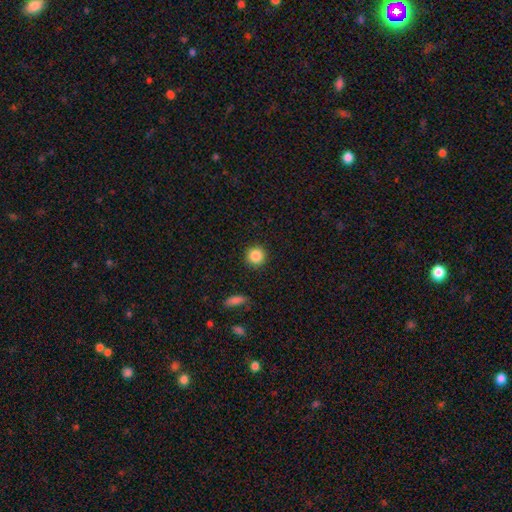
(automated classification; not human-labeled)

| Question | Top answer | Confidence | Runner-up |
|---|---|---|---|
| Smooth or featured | smooth | 86% | star or artifact (10%) |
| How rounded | round | 94% | in between (5%) |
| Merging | none | 91% | minor disturbance (5%) |